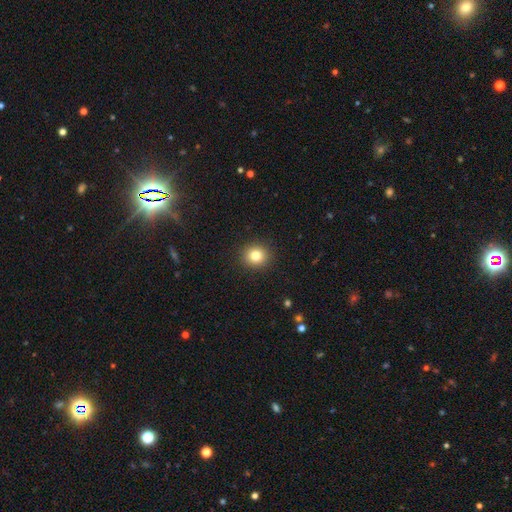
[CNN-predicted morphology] Smooth or featured? smooth (81%)
How rounded? round (84%)
Merging? none (91%)